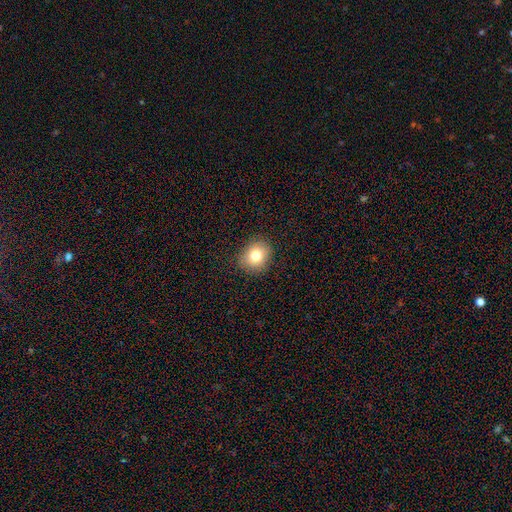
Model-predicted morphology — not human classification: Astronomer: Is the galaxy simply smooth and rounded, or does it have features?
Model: smooth — 79%.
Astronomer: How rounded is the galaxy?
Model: round — 71%.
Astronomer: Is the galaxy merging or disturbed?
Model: none — 88%.